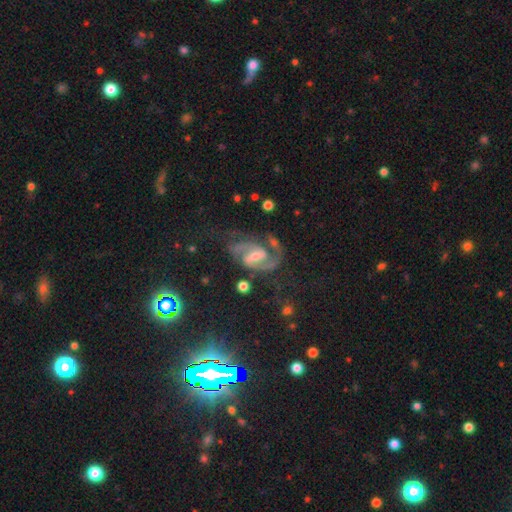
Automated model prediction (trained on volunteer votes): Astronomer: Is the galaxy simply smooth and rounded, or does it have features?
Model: featured or disk — 83%.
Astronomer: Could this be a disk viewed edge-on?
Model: no — 97%.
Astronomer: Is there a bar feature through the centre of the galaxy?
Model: weak — 52%.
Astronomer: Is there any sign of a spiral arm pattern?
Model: yes — 97%.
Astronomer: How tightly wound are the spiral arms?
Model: medium — 56%.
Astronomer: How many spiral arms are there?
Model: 2 — 79%.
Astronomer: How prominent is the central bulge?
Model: small — 53% (runner-up: moderate, 37%).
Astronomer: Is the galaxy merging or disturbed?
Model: none — 59%.